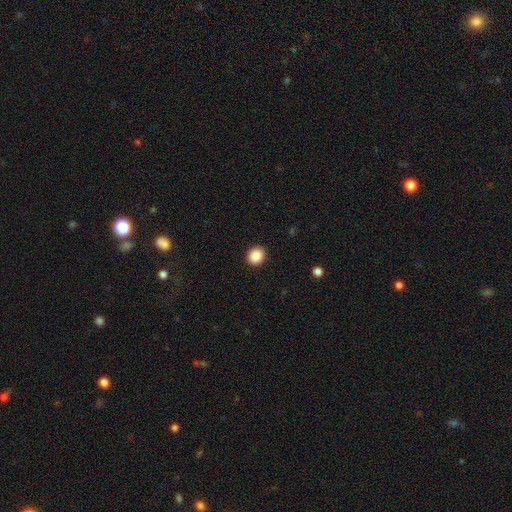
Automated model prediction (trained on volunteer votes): A smooth galaxy with no disk features (88%) that is round (81%).

Vote fractions:
- Smooth or featured? smooth: 88% / star or artifact: 9% / featured or disk: 3%
- How rounded? round: 81% / in between: 18% / cigar-shaped: 1%
- Merging? none: 92% / minor disturbance: 5% / major disturbance: 2% / merger: 1%